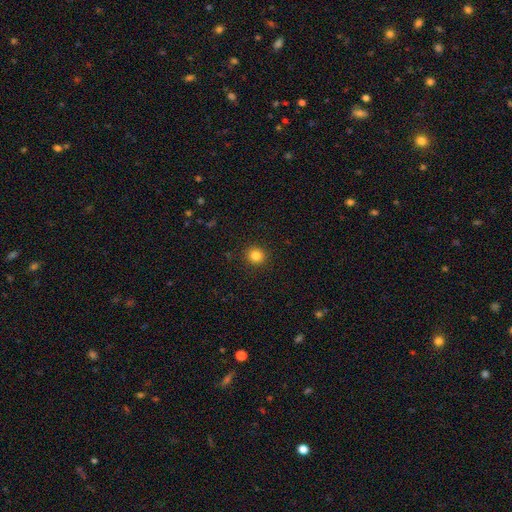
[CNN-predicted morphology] Smooth or featured? Predicted: smooth (p=0.83). How rounded? Predicted: round (p=0.91). Merging? Predicted: none (p=0.92).